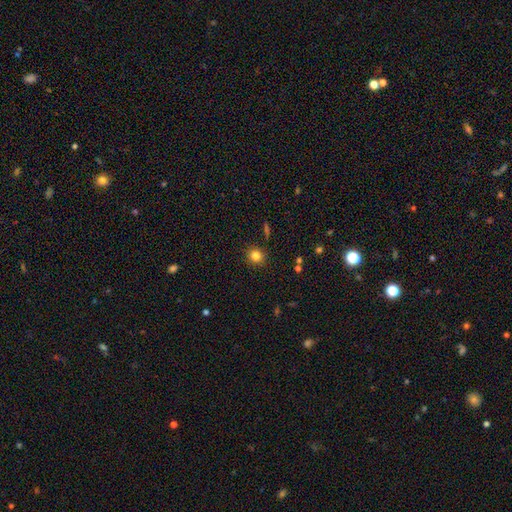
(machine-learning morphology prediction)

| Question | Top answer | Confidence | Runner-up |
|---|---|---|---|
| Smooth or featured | smooth | 81% | star or artifact (12%) |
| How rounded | round | 88% | in between (11%) |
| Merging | none | 89% | minor disturbance (7%) |